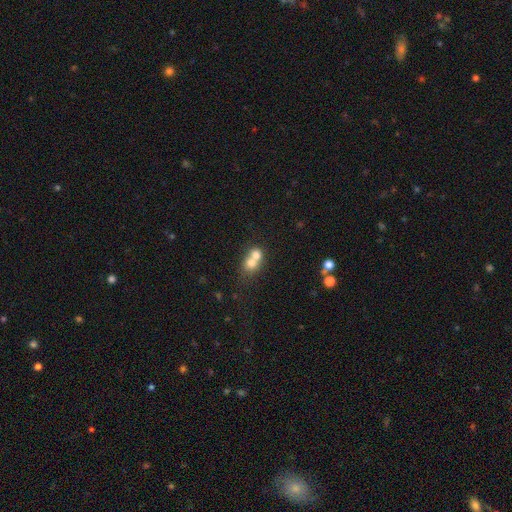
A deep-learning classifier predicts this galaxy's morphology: Smooth or featured: smooth — 70% (featured or disk — 19%)
How rounded: round — 69% (in between — 29%)
Merging: merger — 70% (none — 22%)